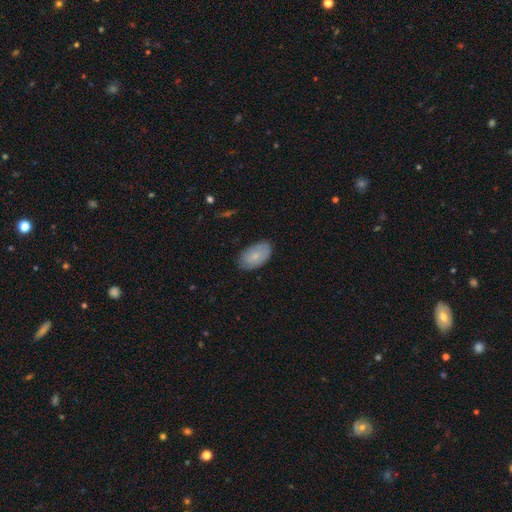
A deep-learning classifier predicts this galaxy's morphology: type=smooth (74%); roundness=in between (93%); merging=none (80%).